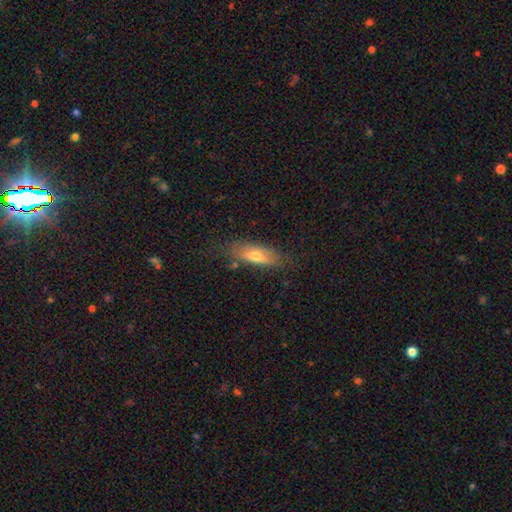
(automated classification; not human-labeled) smooth-or-featured: smooth: 61% | featured or disk: 31% | star or artifact: 8%
  how-rounded: in between: 55% | cigar-shaped: 42% | round: 3%
  merging: none: 74% | minor disturbance: 18% | major disturbance: 6% | merger: 2%